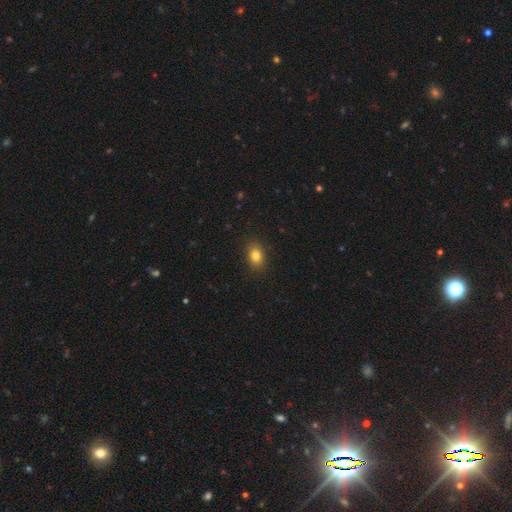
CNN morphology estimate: Smooth or featured? smooth (83%)
How rounded? in between (71%)
Merging? none (88%)